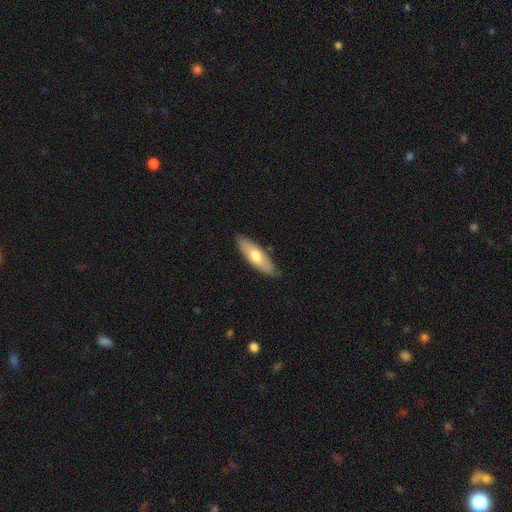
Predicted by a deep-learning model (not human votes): smooth-or-featured: smooth: 64% | featured or disk: 30% | star or artifact: 5%
  how-rounded: in between: 59% | cigar-shaped: 39% | round: 2%
  merging: none: 82% | minor disturbance: 14% | major disturbance: 2% | merger: 1%